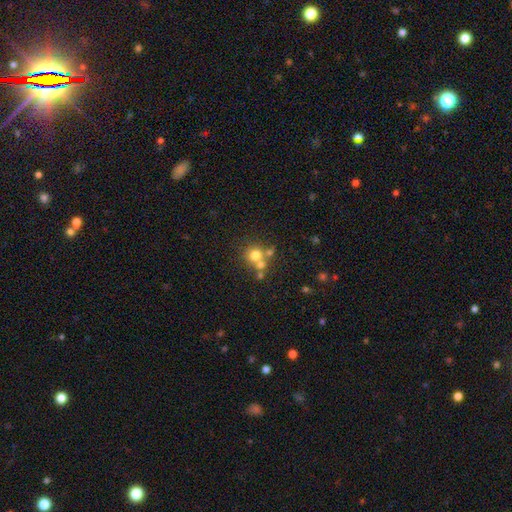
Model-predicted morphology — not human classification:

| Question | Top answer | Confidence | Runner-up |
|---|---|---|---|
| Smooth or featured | smooth | 69% | featured or disk (16%) |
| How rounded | round | 88% | in between (11%) |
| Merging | none | 50% | merger (39%) |